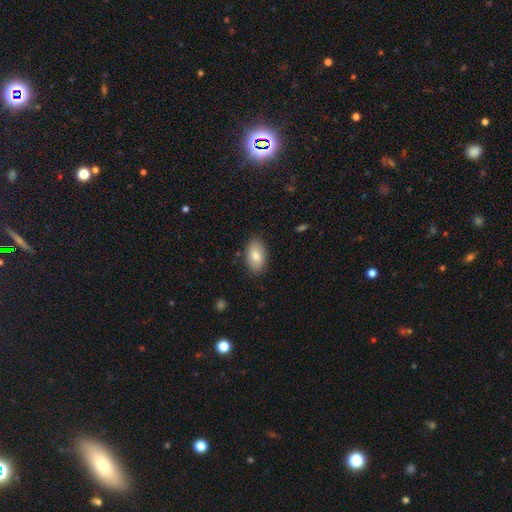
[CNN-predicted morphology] type=smooth (82%); roundness=in between (93%); merging=none (86%).